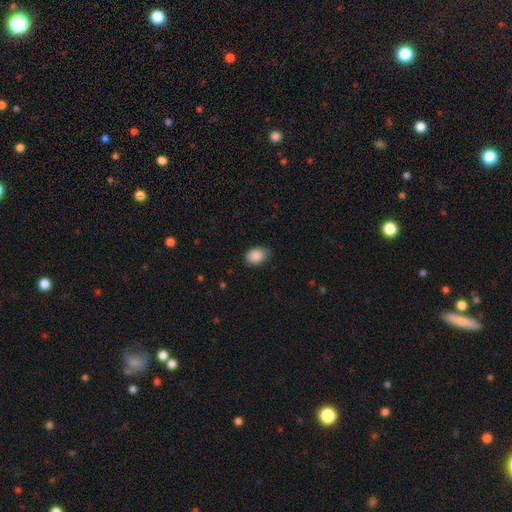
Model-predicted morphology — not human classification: Q: Smooth or featured?
A: smooth (89%); runner-up: star or artifact (7%)
Q: How rounded?
A: in between (80%); runner-up: round (19%)
Q: Merging?
A: none (78%); runner-up: minor disturbance (18%)